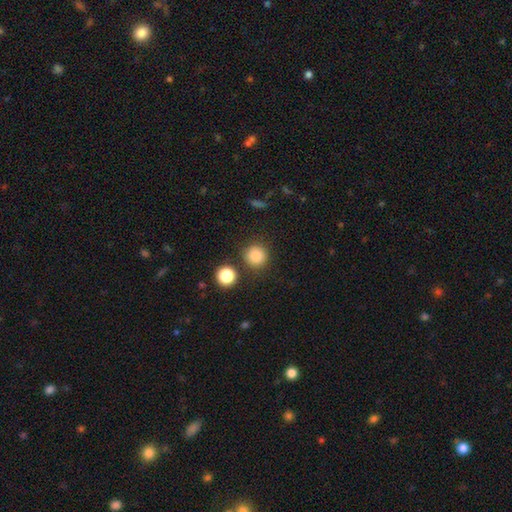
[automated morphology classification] Smooth or featured: smooth — 84% (star or artifact — 11%)
How rounded: round — 94% (in between — 5%)
Merging: none — 85% (minor disturbance — 7%)